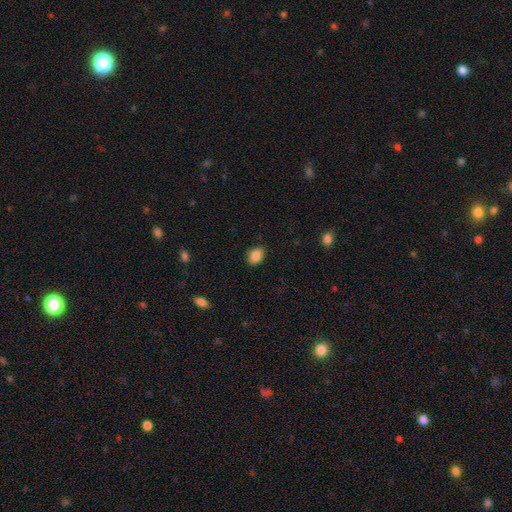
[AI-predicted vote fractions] The model was most divided on "how rounded": in between: 70%, round: 29%, cigar-shaped: 1%. More confident: smooth or featured — smooth (87%); merging — none (85%).